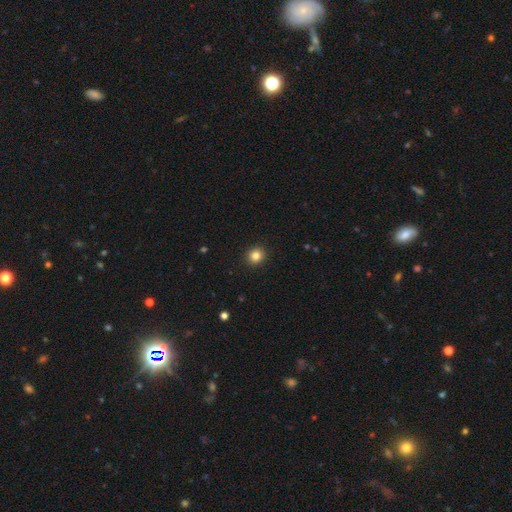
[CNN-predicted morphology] The model was most divided on "smooth or featured": smooth: 84%, star or artifact: 11%, featured or disk: 5%. More confident: merging — none (93%); how rounded — round (86%).